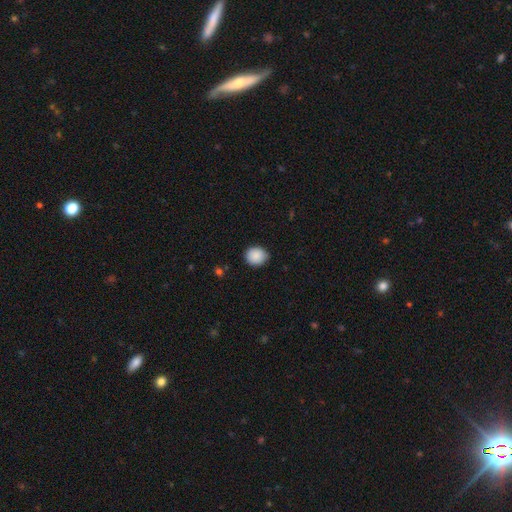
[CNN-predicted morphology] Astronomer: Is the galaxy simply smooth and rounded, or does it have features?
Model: smooth — 89%.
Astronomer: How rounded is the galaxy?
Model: round — 71%.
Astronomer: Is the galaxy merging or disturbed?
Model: none — 81%.